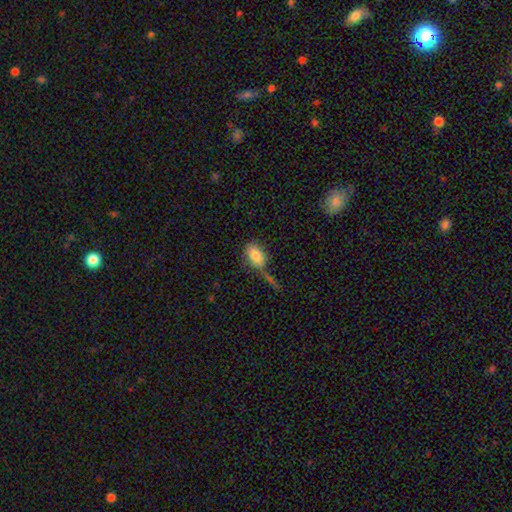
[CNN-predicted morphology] A smooth galaxy with no disk features (81%) that is in between round and cigar-shaped (87%).

Vote fractions:
- Smooth or featured? smooth: 81% / featured or disk: 11% / star or artifact: 9%
- How rounded? in between: 87% / round: 10% / cigar-shaped: 3%
- Merging? none: 55% / minor disturbance: 19% / merger: 17% / major disturbance: 9%